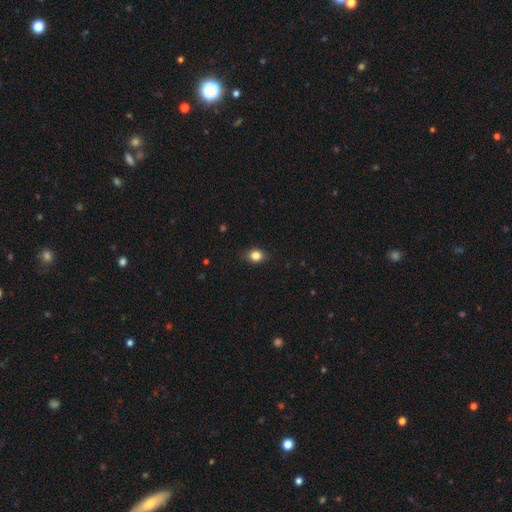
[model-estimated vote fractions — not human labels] The model was most divided on "how rounded": round: 58%, in between: 41%, cigar-shaped: 1%. More confident: merging — none (84%); smooth or featured — smooth (84%).